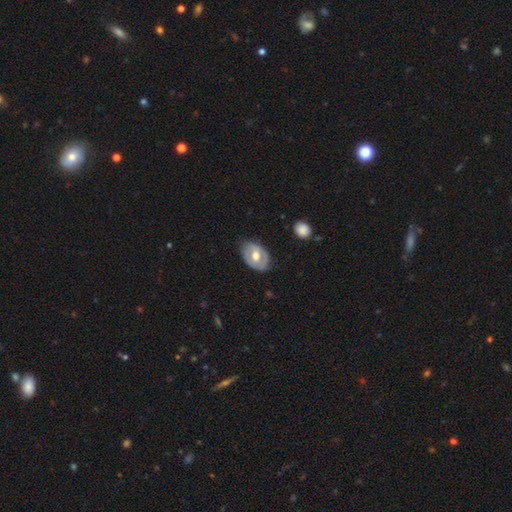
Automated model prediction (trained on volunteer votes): This appears to be a featured or disk galaxy (52%). Merging: none (74%).